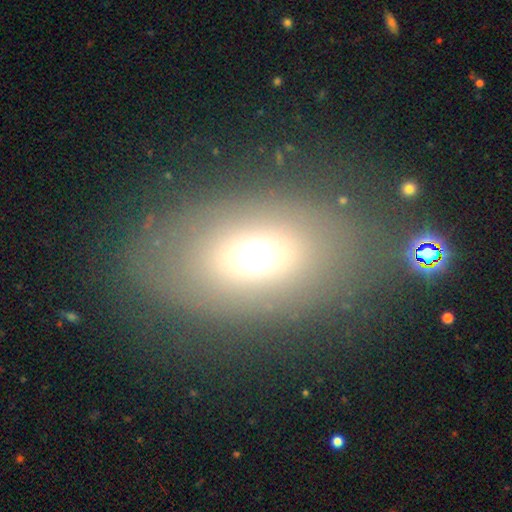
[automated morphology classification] smooth-or-featured: smooth: 60% | featured or disk: 23% | star or artifact: 17%
  how-rounded: in between: 79% | round: 19% | cigar-shaped: 2%
  merging: none: 75% | minor disturbance: 12% | major disturbance: 9% | merger: 3%